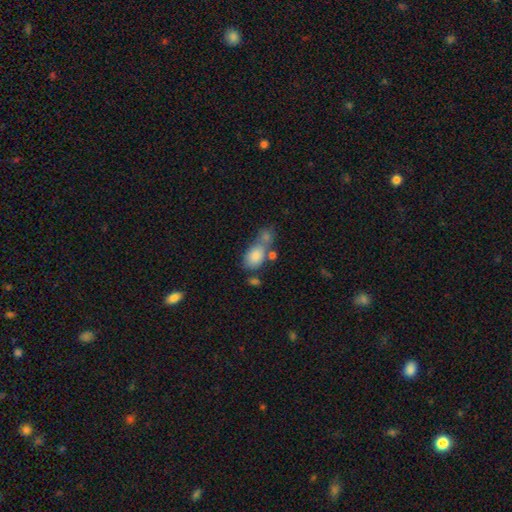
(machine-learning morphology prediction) Smooth or featured? smooth (82%)
How rounded? in between (83%)
Merging? merger (42%)